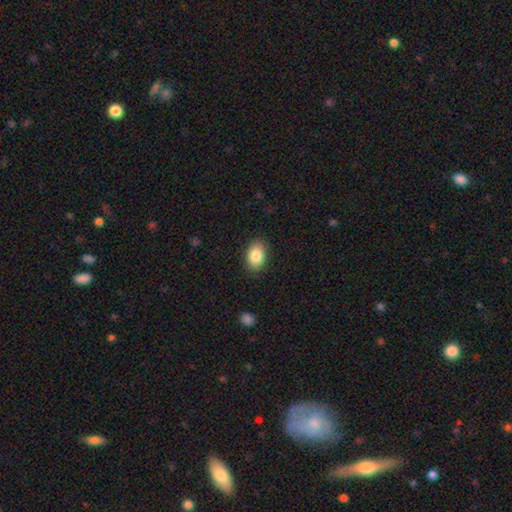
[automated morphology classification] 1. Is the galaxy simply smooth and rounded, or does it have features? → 86% smooth, 7% star or artifact, 7% featured or disk.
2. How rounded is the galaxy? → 86% in between, 13% round, 1% cigar-shaped.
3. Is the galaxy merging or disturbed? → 87% none, 10% minor disturbance, 2% major disturbance, 1% merger.